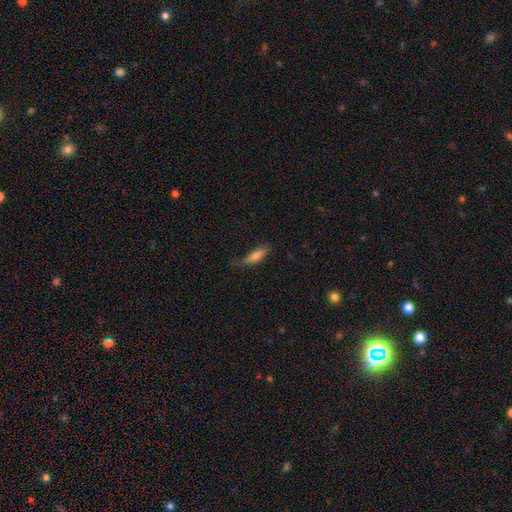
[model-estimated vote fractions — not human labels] The model was most divided on "how rounded": cigar-shaped: 53%, in between: 45%, round: 2%. More confident: smooth or featured — smooth (76%); merging — none (63%).